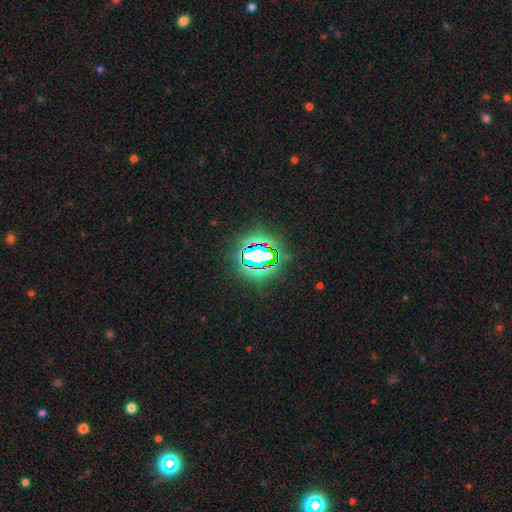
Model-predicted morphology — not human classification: Smooth or featured: star or artifact — 69% (smooth — 19%)